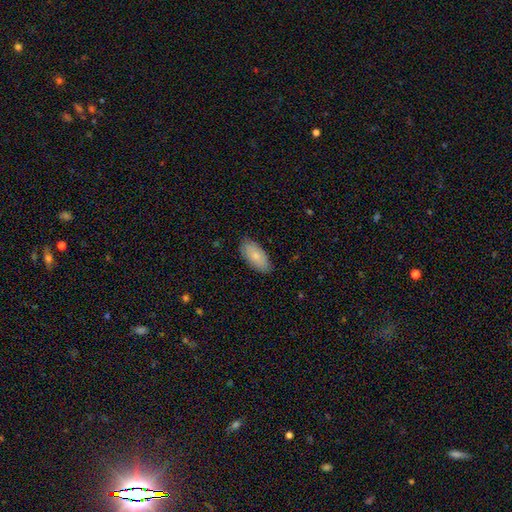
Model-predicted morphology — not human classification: Smooth or featured: smooth — 76% (featured or disk — 18%)
How rounded: in between — 93% (cigar-shaped — 5%)
Merging: none — 81% (minor disturbance — 15%)